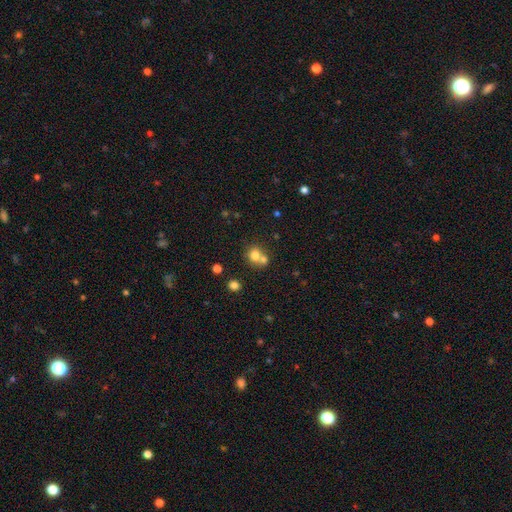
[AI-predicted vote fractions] A smooth galaxy with no disk features (74%) that is round (74%). Merging: merger (52%).